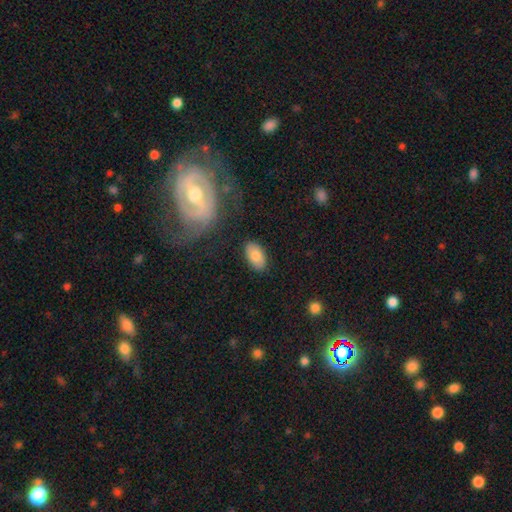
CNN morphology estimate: Smooth or featured: smooth — 81% (featured or disk — 12%)
How rounded: in between — 94% (round — 5%)
Merging: none — 85% (minor disturbance — 11%)